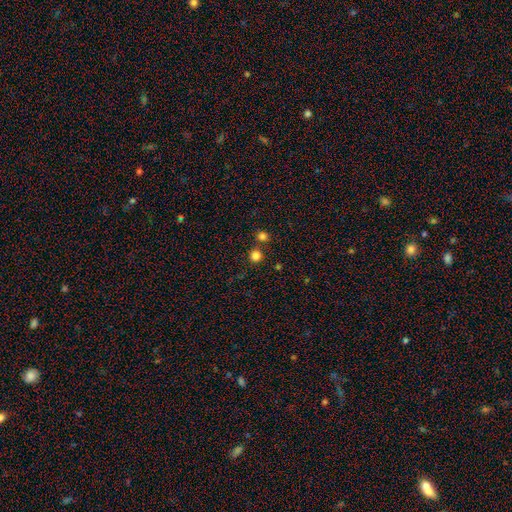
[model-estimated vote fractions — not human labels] Smooth or featured?
  - smooth: 81% *
  - star or artifact: 15%
  - featured or disk: 4%
How rounded?
  - round: 94% *
  - in between: 5%
  - cigar-shaped: 1%
Merging?
  - none: 76% *
  - merger: 15%
  - minor disturbance: 6%
  - major disturbance: 2%